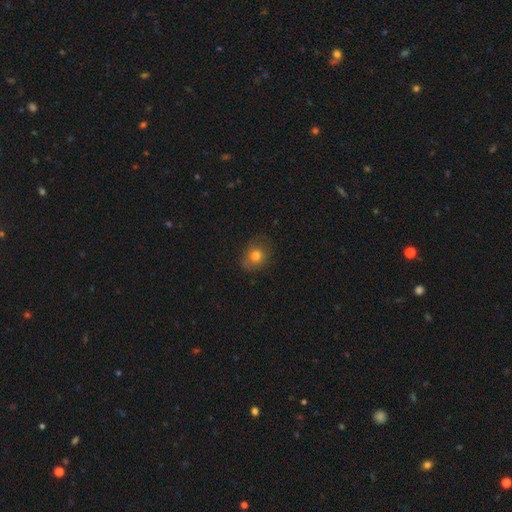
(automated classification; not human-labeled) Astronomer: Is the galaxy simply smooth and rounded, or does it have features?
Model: smooth — 76%.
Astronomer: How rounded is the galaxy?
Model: round — 65%.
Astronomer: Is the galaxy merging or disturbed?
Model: none — 70%.